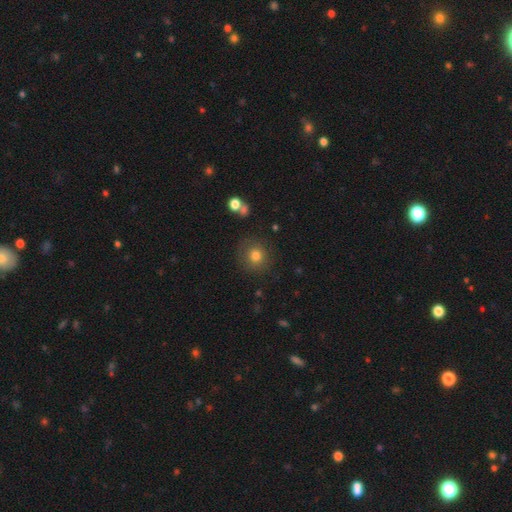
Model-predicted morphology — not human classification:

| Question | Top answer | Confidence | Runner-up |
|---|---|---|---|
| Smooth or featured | smooth | 78% | star or artifact (12%) |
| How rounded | round | 91% | in between (8%) |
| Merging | none | 84% | minor disturbance (9%) |